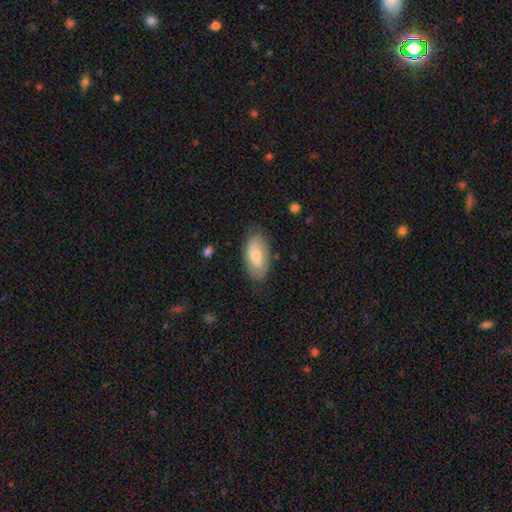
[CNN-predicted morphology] This is likely a smooth galaxy (68%). How rounded: clearly in between (92%). Merging: likely none (79%).